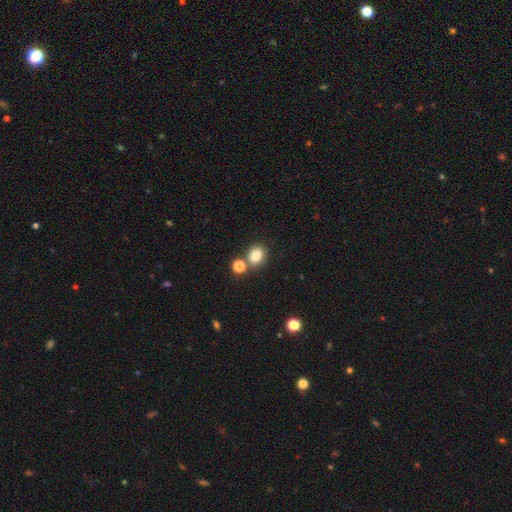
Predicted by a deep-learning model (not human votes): A smooth galaxy with no disk features (81%) that is round (66%).

Vote fractions:
- Smooth or featured? smooth: 81% / star or artifact: 12% / featured or disk: 6%
- How rounded? round: 66% / in between: 33% / cigar-shaped: 1%
- Merging? none: 70% / merger: 19% / minor disturbance: 9% / major disturbance: 3%